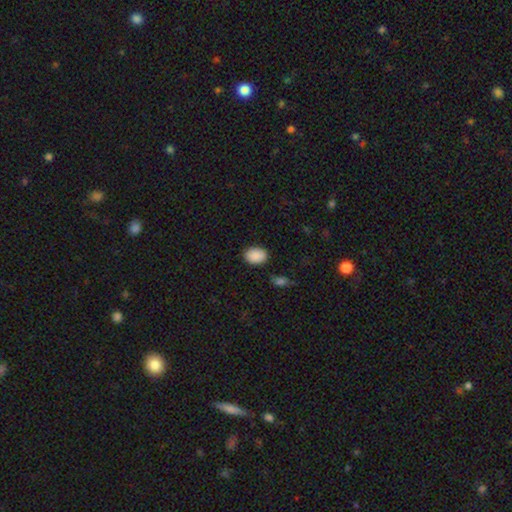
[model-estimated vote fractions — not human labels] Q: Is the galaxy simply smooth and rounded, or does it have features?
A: smooth — 90%.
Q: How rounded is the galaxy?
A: in between — 73%.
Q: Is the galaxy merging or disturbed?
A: none — 87%.